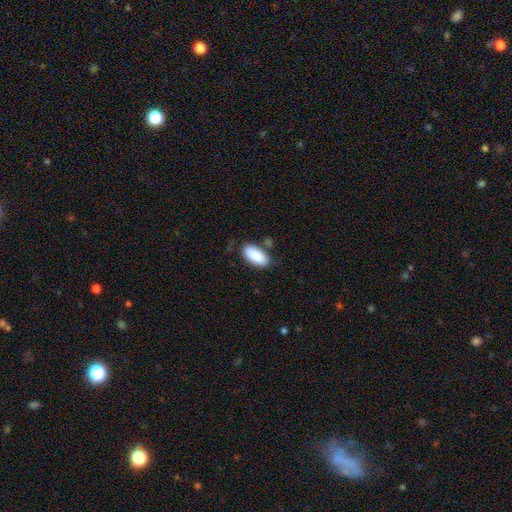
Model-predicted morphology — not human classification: This is clearly a smooth galaxy (87%). How rounded: clearly in between (92%). Merging: likely none (72%).